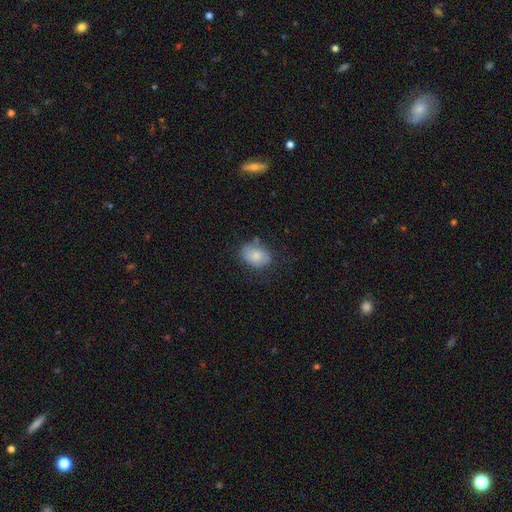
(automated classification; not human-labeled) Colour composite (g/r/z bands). It shows a smooth galaxy with no disk features (80%) that is in between round and cigar-shaped (74%). Merging: none (69%).